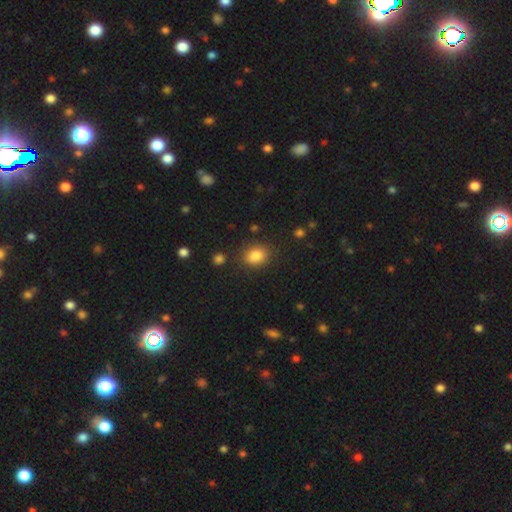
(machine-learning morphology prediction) Smooth or featured?
  - smooth: 84% *
  - star or artifact: 10%
  - featured or disk: 6%
How rounded?
  - in between: 60% *
  - round: 39%
  - cigar-shaped: 1%
Merging?
  - none: 82% *
  - minor disturbance: 12%
  - major disturbance: 4%
  - merger: 3%